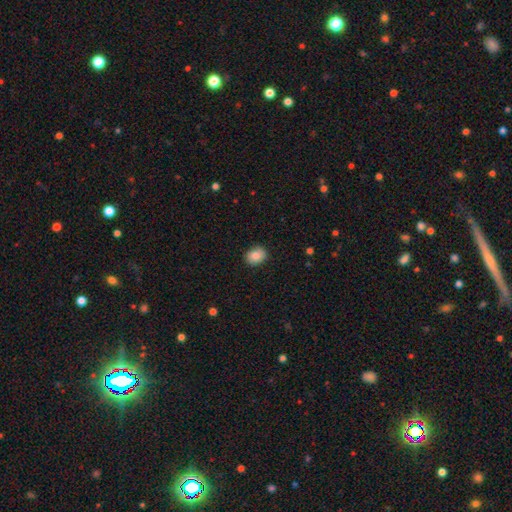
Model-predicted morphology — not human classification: Q: Smooth or featured?
A: smooth (86%); runner-up: star or artifact (8%)
Q: How rounded?
A: in between (53%); runner-up: round (46%)
Q: Merging?
A: none (86%); runner-up: minor disturbance (11%)